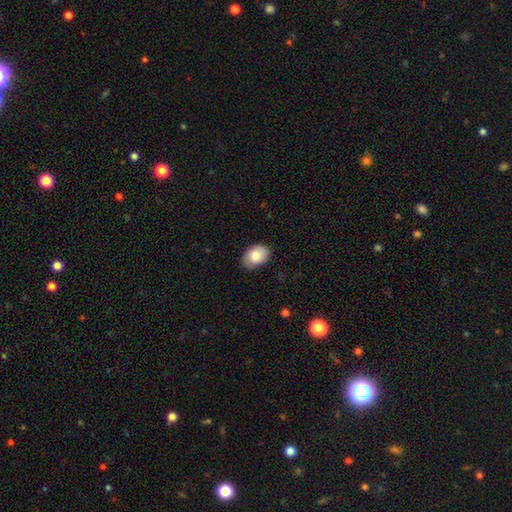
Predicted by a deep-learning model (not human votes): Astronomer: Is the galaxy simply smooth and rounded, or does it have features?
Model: smooth — 87%.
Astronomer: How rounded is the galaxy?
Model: in between — 84%.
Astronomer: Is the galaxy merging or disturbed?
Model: none — 80%.